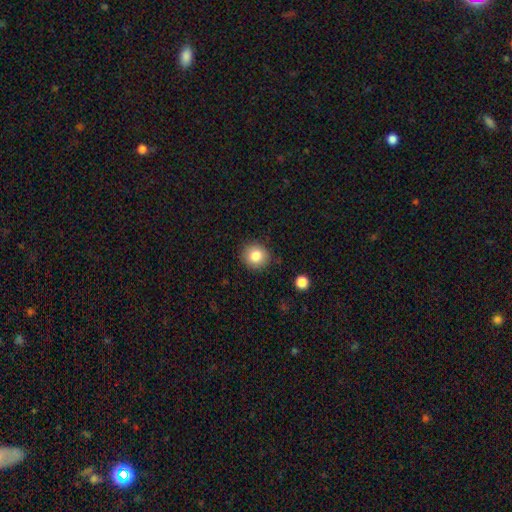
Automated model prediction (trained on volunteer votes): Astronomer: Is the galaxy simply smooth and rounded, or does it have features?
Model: smooth — 82%.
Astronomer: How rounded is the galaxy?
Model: round — 87%.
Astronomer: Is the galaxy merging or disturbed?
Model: none — 87%.